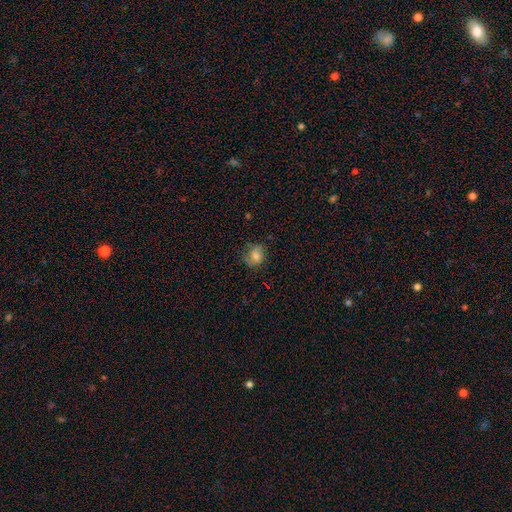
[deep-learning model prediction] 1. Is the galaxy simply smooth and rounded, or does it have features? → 66% smooth, 24% featured or disk, 10% star or artifact.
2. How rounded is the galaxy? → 63% round, 36% in between, 1% cigar-shaped.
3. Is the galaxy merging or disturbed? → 65% none, 24% minor disturbance, 9% major disturbance, 1% merger.